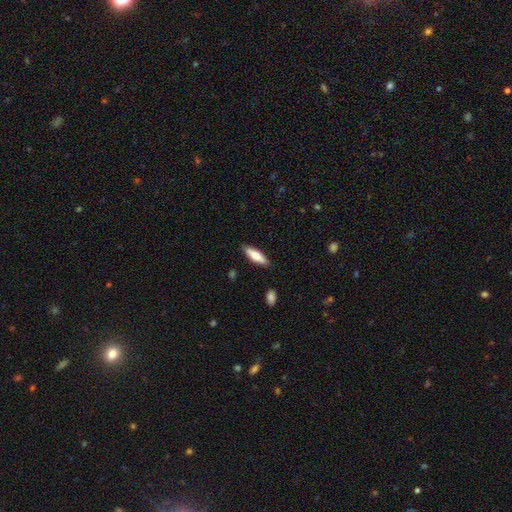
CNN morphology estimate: type=smooth (72%); roundness=cigar-shaped (59%); merging=none (87%).